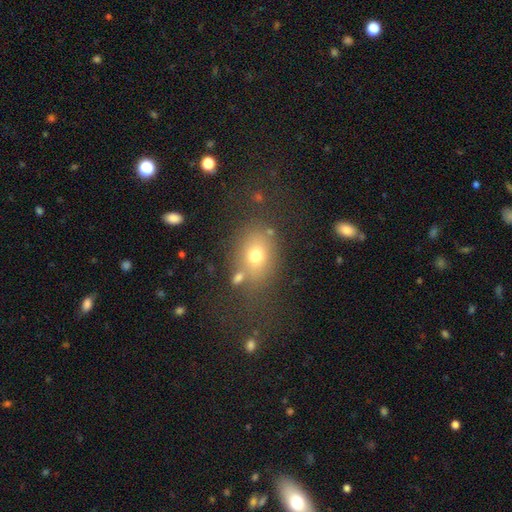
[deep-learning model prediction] Smooth or featured? Predicted: smooth (p=0.71). How rounded? Predicted: in between (p=0.57). Merging? Predicted: none (p=0.65).